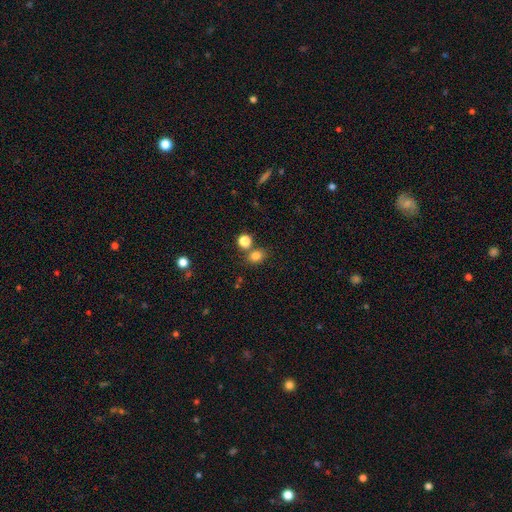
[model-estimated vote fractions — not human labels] A smooth galaxy with no disk features (79%) that is round (58%).

Vote fractions:
- Smooth or featured? smooth: 79% / star or artifact: 15% / featured or disk: 6%
- How rounded? round: 58% / in between: 41% / cigar-shaped: 1%
- Merging? none: 67% / merger: 19% / minor disturbance: 10% / major disturbance: 4%